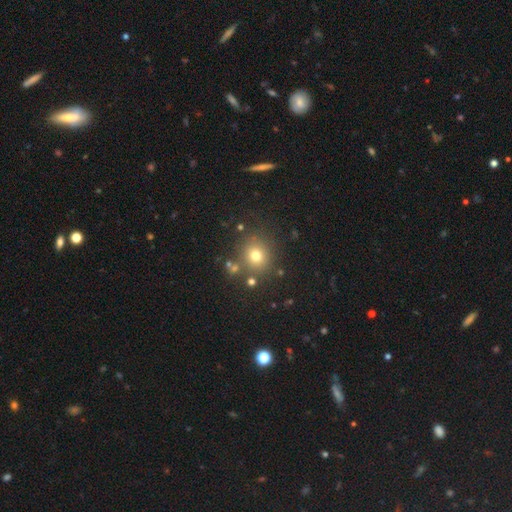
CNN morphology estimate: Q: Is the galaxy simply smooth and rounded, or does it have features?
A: smooth — 72%.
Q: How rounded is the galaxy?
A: round — 86%.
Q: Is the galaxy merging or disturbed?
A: none — 81%.